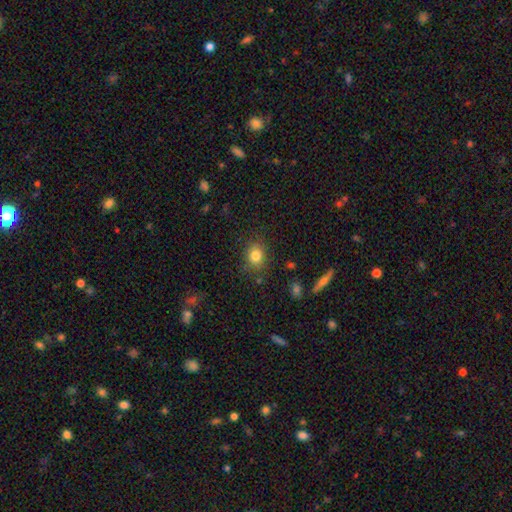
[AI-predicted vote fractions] Q: Smooth or featured?
A: smooth (82%); runner-up: star or artifact (11%)
Q: How rounded?
A: round (57%); runner-up: in between (42%)
Q: Merging?
A: none (83%); runner-up: minor disturbance (12%)